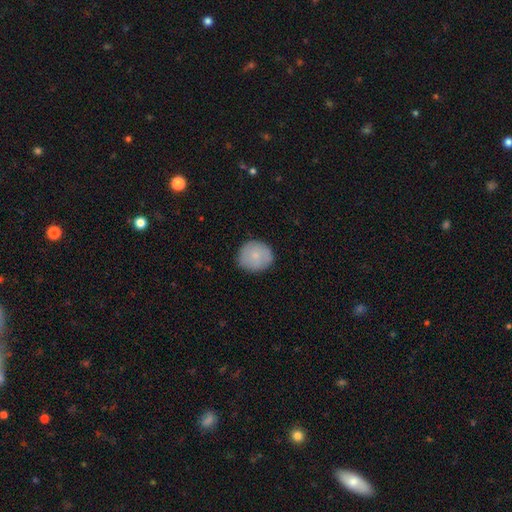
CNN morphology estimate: This appears to be a smooth galaxy with no disk features (78%) that is round (87%). Merging: none (85%).